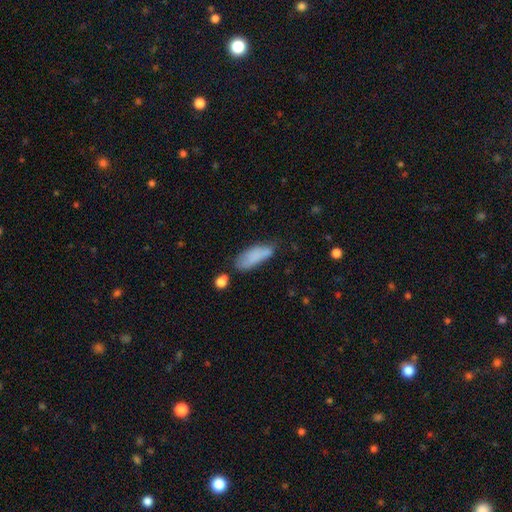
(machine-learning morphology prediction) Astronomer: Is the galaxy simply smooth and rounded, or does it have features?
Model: smooth — 81%.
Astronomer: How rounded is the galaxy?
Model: in between — 67%.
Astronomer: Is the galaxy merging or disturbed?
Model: none — 52% (runner-up: minor disturbance, 31%).